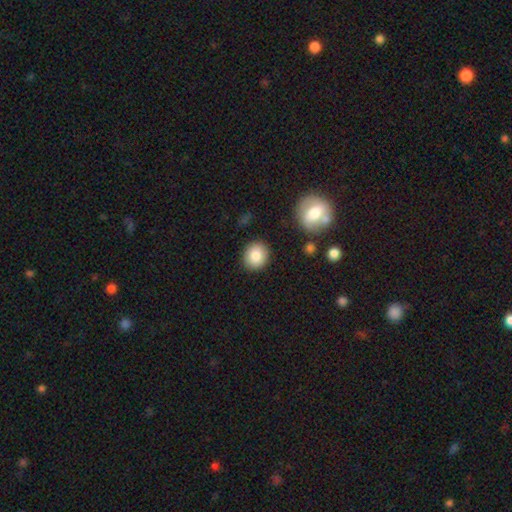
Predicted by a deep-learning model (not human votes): Q: Smooth or featured?
A: smooth (85%); runner-up: star or artifact (8%)
Q: How rounded?
A: round (74%); runner-up: in between (25%)
Q: Merging?
A: none (88%); runner-up: minor disturbance (8%)